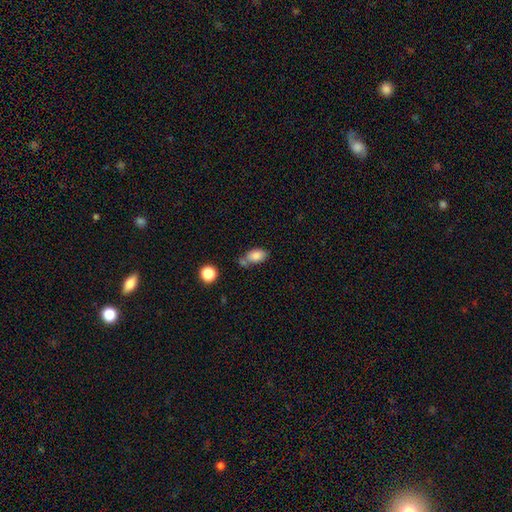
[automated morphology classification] This is clearly a smooth galaxy (84%). How rounded: clearly in between (88%). Merging: possibly none (52%).